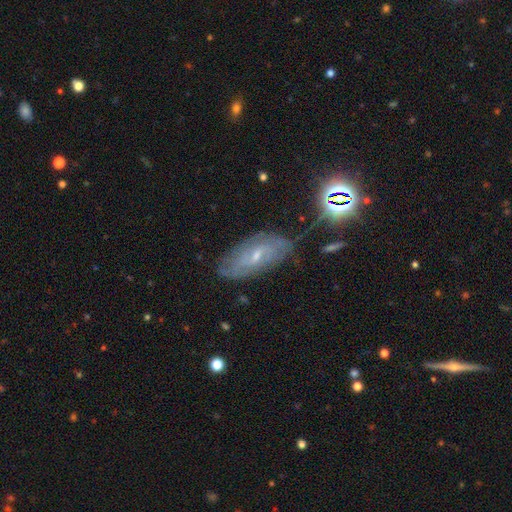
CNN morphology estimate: Smooth or featured? Predicted: featured or disk (p=0.68). Edge-on disk? Predicted: no (p=0.88). Bar? Predicted: weak (p=0.45). Spiral arms? Predicted: yes (p=0.83). Spiral winding? Predicted: tight (p=0.57). Spiral arm count? Predicted: can't tell (p=0.56). Bulge size? Predicted: small (p=0.69). Merging? Predicted: none (p=0.70).